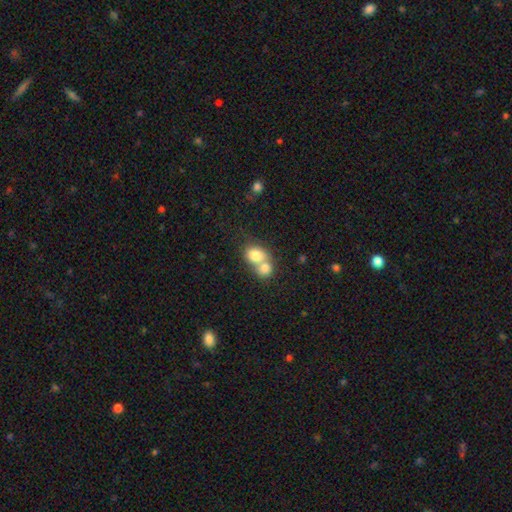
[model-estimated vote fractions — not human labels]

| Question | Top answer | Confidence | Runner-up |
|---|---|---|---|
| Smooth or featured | smooth | 79% | featured or disk (13%) |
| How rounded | round | 61% | in between (38%) |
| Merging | merger | 69% | none (22%) |